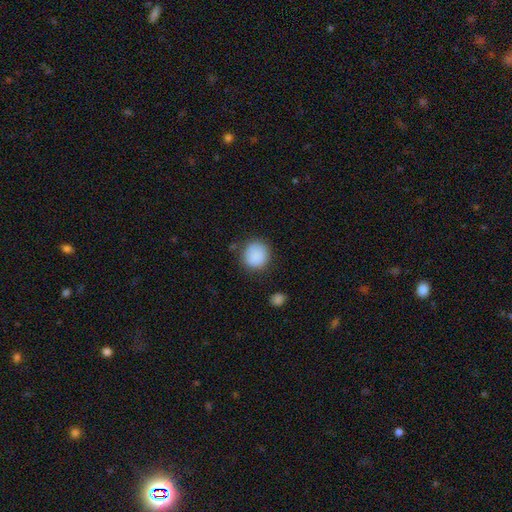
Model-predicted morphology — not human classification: smooth 88%, star or artifact 8%, featured or disk 4%. Down the decision tree: how rounded — round (88%); merging — none (79%).